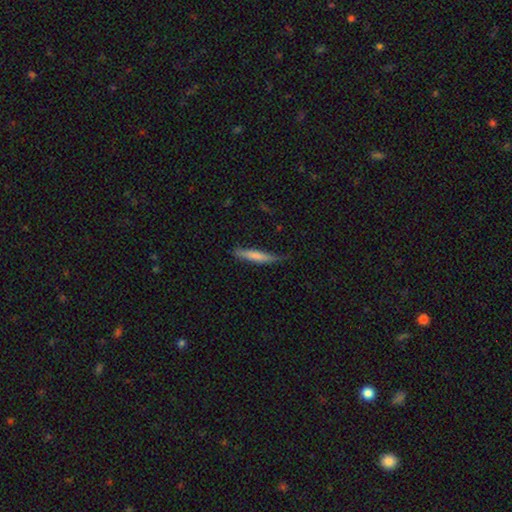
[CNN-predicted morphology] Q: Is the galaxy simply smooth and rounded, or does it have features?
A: smooth — 71%.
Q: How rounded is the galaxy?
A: cigar-shaped — 90%.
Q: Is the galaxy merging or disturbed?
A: none — 61%.